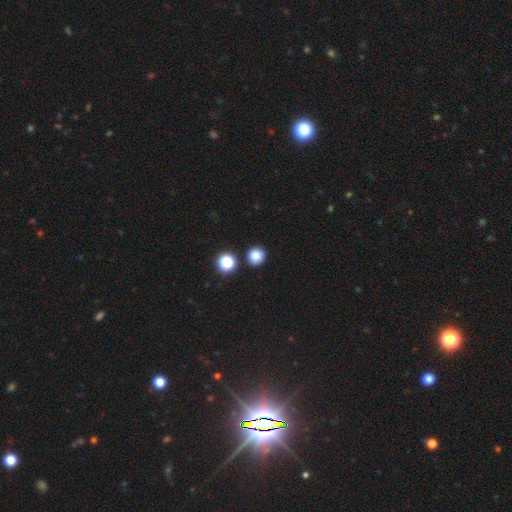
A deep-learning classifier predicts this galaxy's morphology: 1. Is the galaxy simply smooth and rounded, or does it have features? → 81% smooth, 13% star or artifact, 6% featured or disk.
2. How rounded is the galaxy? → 92% round, 7% in between, 1% cigar-shaped.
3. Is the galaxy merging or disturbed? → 85% none, 7% minor disturbance, 5% merger, 2% major disturbance.